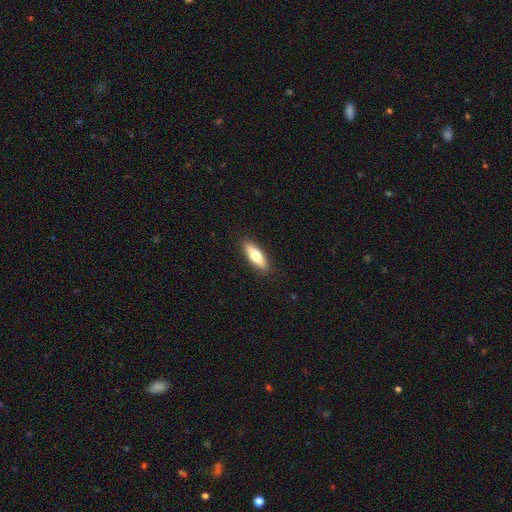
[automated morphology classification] A smooth galaxy with no disk features (64%) that is in between round and cigar-shaped (49%, tied with cigar-shaped). Merging: none (90%).